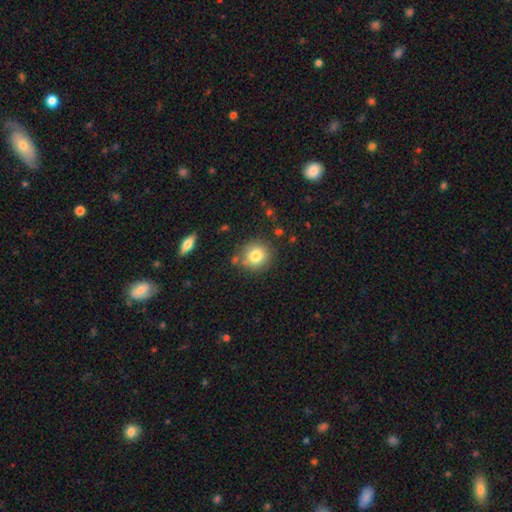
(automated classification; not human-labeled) Smooth or featured?
  - smooth: 80% *
  - star or artifact: 10%
  - featured or disk: 10%
How rounded?
  - round: 90% *
  - in between: 9%
  - cigar-shaped: 1%
Merging?
  - none: 81% *
  - minor disturbance: 11%
  - merger: 5%
  - major disturbance: 3%